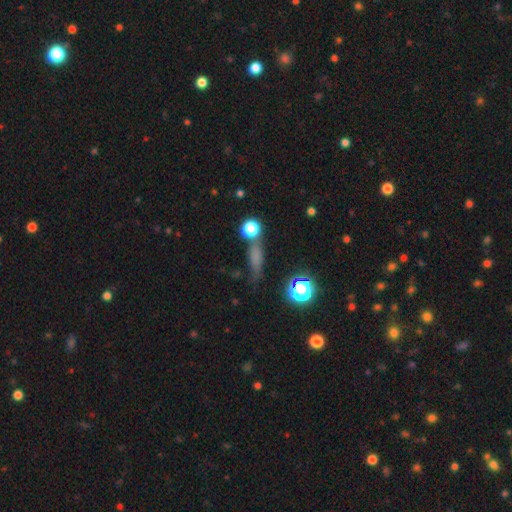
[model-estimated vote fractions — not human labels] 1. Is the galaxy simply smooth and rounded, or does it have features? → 61% smooth, 23% star or artifact, 16% featured or disk.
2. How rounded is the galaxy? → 52% cigar-shaped, 30% in between, 18% round.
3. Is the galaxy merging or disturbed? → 65% none, 18% minor disturbance, 10% merger, 8% major disturbance.